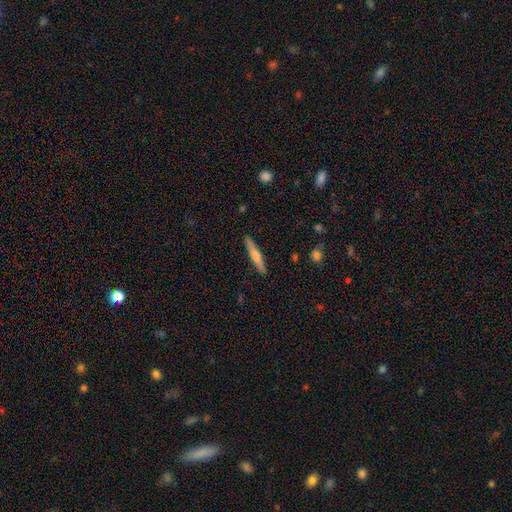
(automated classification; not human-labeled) Smooth or featured: featured or disk — 49% (smooth — 46%)
Merging: none — 91% (minor disturbance — 7%)